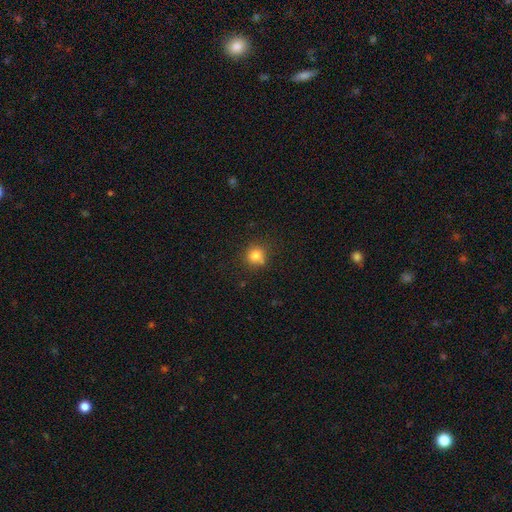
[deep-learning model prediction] Smooth or featured? Predicted: smooth (p=0.81). How rounded? Predicted: round (p=0.88). Merging? Predicted: none (p=0.74).